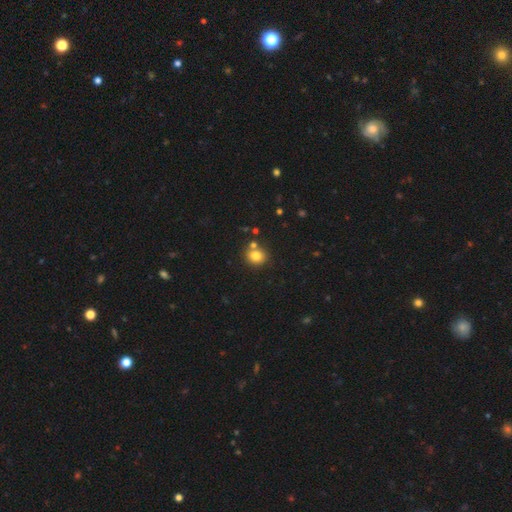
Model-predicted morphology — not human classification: Smooth or featured: smooth — 80% (star or artifact — 12%)
How rounded: round — 77% (in between — 22%)
Merging: none — 70% (merger — 17%)